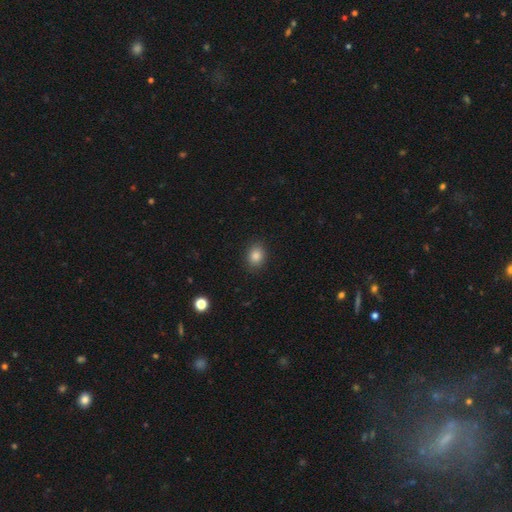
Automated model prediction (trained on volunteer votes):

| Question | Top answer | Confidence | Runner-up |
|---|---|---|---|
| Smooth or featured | smooth | 85% | star or artifact (10%) |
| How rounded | in between | 52% | round (47%) |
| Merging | none | 89% | minor disturbance (8%) |